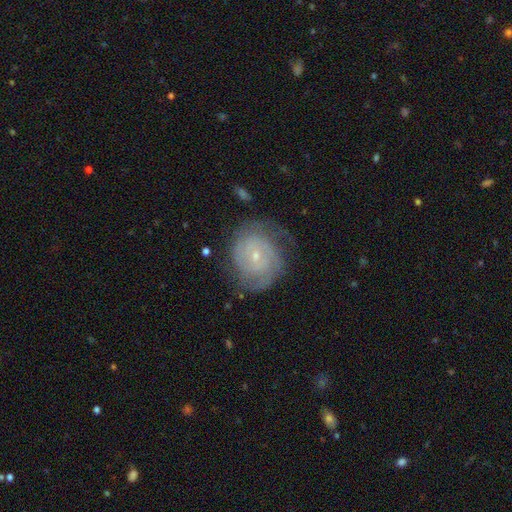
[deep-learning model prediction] Smooth or featured? Predicted: featured or disk (p=0.81). Edge-on disk? Predicted: no (p=0.98). Bar? Predicted: no (p=0.68). Spiral arms? Predicted: yes (p=0.94). Spiral winding? Predicted: tight (p=0.68). Spiral arm count? Predicted: 2 (p=0.37). Bulge size? Predicted: small (p=0.78). Merging? Predicted: none (p=0.69).